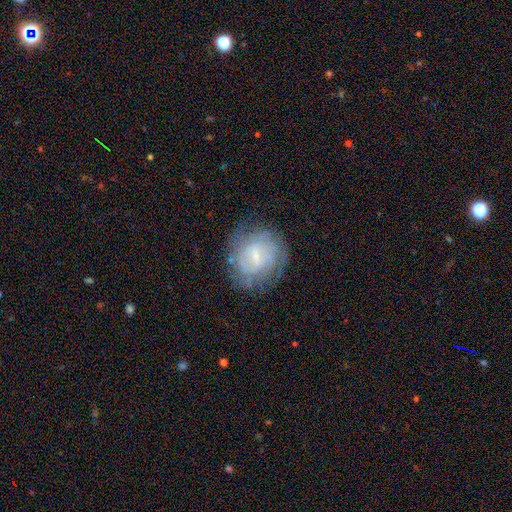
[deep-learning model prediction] Q: Smooth or featured?
A: featured or disk (67%); runner-up: smooth (24%)
Q: Edge-on disk?
A: no (97%); runner-up: yes (3%)
Q: Bar?
A: weak (54%); runner-up: no (30%)
Q: Spiral arms?
A: yes (82%); runner-up: no (18%)
Q: Spiral winding?
A: tight (63%); runner-up: medium (27%)
Q: Spiral arm count?
A: can't tell (55%); runner-up: 2 (20%)
Q: Bulge size?
A: small (64%); runner-up: moderate (19%)
Q: Merging?
A: none (75%); runner-up: minor disturbance (16%)